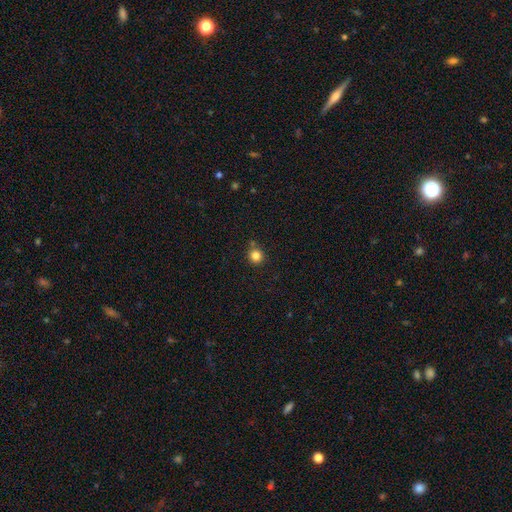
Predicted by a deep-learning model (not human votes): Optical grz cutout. It shows a smooth galaxy with no disk features (83%) that is round (93%). Merging: none (79%).